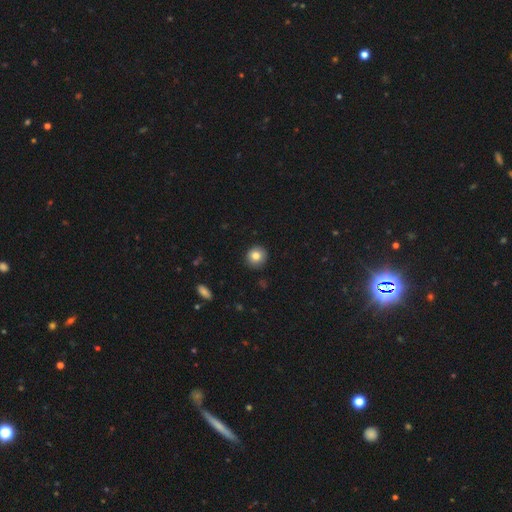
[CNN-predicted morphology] A smooth galaxy with no disk features (83%) that is round (91%).

Vote fractions:
- Smooth or featured? smooth: 83% / star or artifact: 10% / featured or disk: 8%
- How rounded? round: 91% / in between: 8% / cigar-shaped: 1%
- Merging? none: 90% / minor disturbance: 7% / major disturbance: 2% / merger: 1%